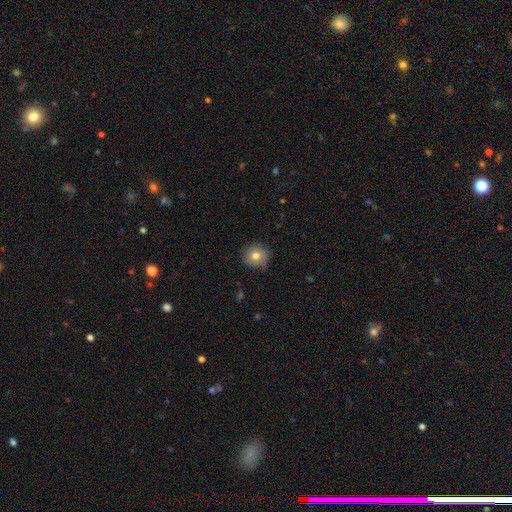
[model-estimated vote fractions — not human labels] The model was most divided on "merging": none: 79%, minor disturbance: 17%, major disturbance: 3%, merger: 1%. More confident: how rounded — round (91%); smooth or featured — smooth (77%).